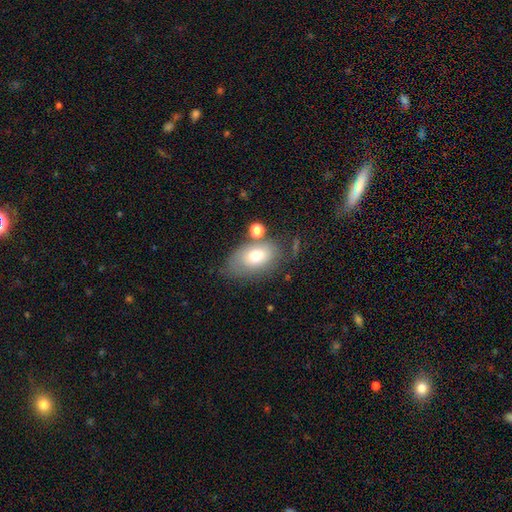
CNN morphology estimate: Smooth or featured: smooth — 74% (featured or disk — 18%)
How rounded: in between — 91% (round — 7%)
Merging: none — 60% (minor disturbance — 22%)